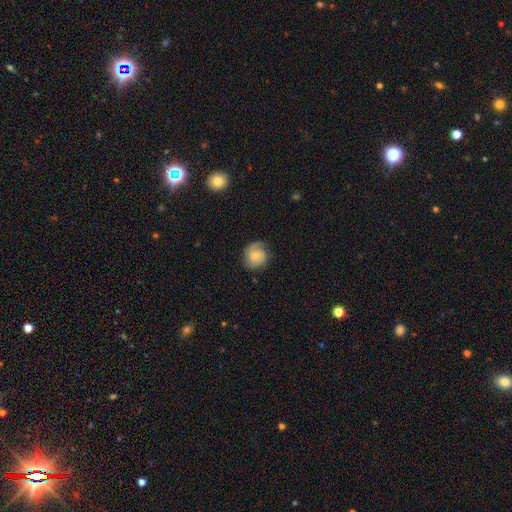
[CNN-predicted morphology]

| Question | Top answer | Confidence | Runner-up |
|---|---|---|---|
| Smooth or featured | featured or disk | 57% | smooth (36%) |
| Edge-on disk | no | 98% | yes (2%) |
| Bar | no | 68% | weak (27%) |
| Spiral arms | yes | 91% | no (9%) |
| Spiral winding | tight | 45% | medium (38%) |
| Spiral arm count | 2 | 48% | 1 (35%) |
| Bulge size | small | 56% | moderate (34%) |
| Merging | none | 69% | minor disturbance (21%) |